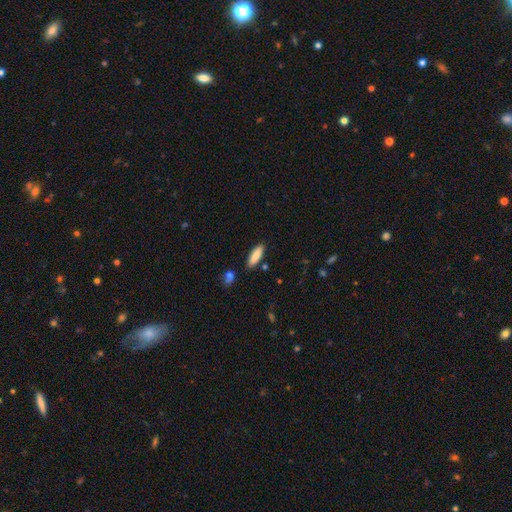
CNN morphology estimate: Overall: smooth (86%). How rounded: in between (51%; cigar-shaped 47%). Merging: none (86%).